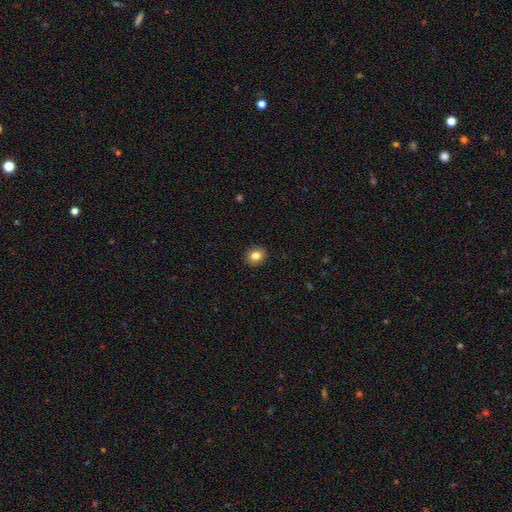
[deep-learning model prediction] A smooth galaxy with no disk features (83%) that is round (62%).

Vote fractions:
- Smooth or featured? smooth: 83% / star or artifact: 10% / featured or disk: 7%
- How rounded? round: 62% / in between: 37% / cigar-shaped: 1%
- Merging? none: 91% / minor disturbance: 6% / major disturbance: 2% / merger: 1%